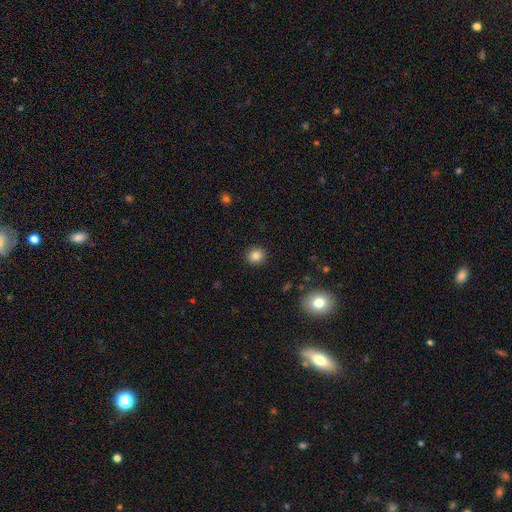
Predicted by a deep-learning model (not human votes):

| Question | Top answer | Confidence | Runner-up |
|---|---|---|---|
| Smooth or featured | smooth | 84% | star or artifact (11%) |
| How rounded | round | 92% | in between (7%) |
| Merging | none | 92% | minor disturbance (5%) |